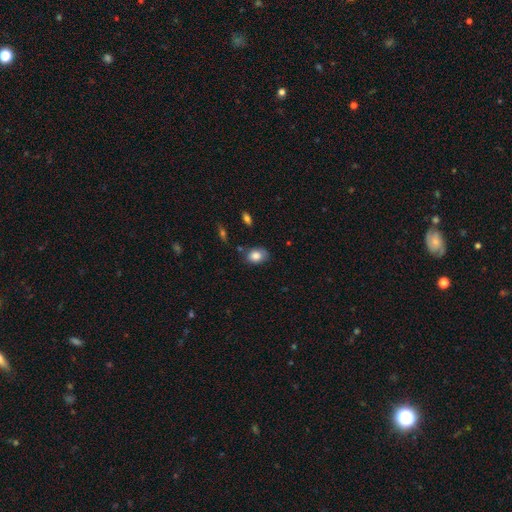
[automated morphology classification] A smooth galaxy with no disk features (83%) that is in between round and cigar-shaped (65%).

Vote fractions:
- Smooth or featured? smooth: 83% / featured or disk: 9% / star or artifact: 8%
- How rounded? in between: 65% / round: 34% / cigar-shaped: 1%
- Merging? none: 68% / minor disturbance: 24% / major disturbance: 5% / merger: 3%